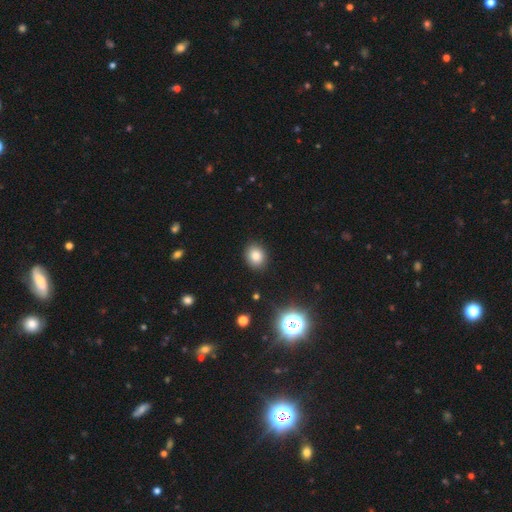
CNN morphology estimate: A smooth galaxy with no disk features (82%) that is round (62%).

Vote fractions:
- Smooth or featured? smooth: 82% / star or artifact: 12% / featured or disk: 6%
- How rounded? round: 62% / in between: 37% / cigar-shaped: 1%
- Merging? none: 89% / minor disturbance: 8% / major disturbance: 2% / merger: 1%